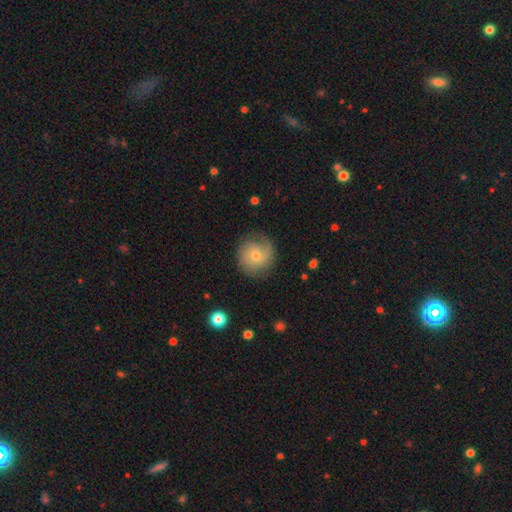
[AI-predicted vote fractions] Smooth or featured? featured or disk (52%)
Edge-on disk? no (97%)
Bar? no (79%)
Spiral arms? yes (81%)
Bulge size? small (56%)
Merging? none (76%)